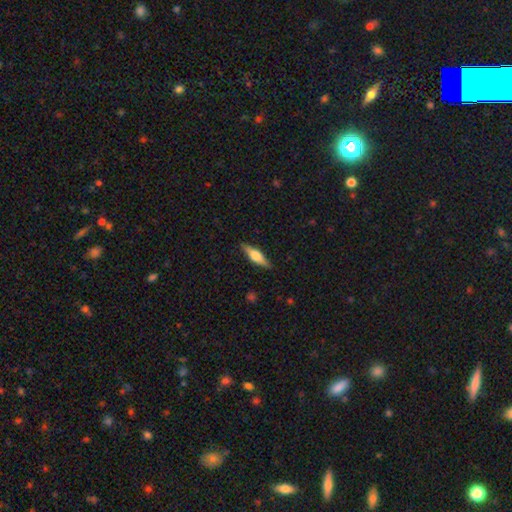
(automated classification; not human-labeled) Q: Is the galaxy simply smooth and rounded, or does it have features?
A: featured or disk — 56%.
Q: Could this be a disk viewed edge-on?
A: yes — 95%.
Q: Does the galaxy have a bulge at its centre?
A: rounded — 90%.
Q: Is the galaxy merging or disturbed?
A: none — 88%.